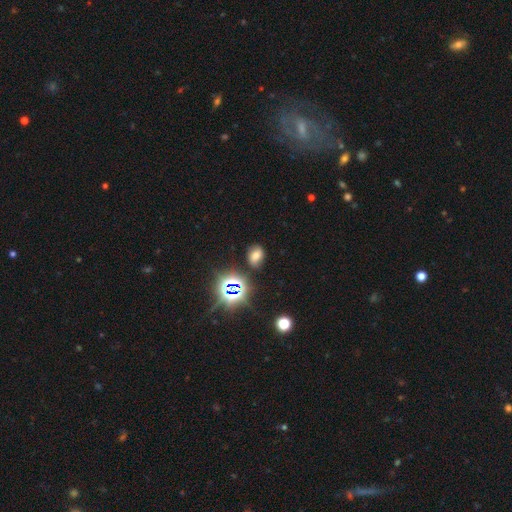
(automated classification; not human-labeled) Smooth or featured? Predicted: smooth (p=0.59). How rounded? Predicted: in between (p=0.68). Merging? Predicted: none (p=0.80).